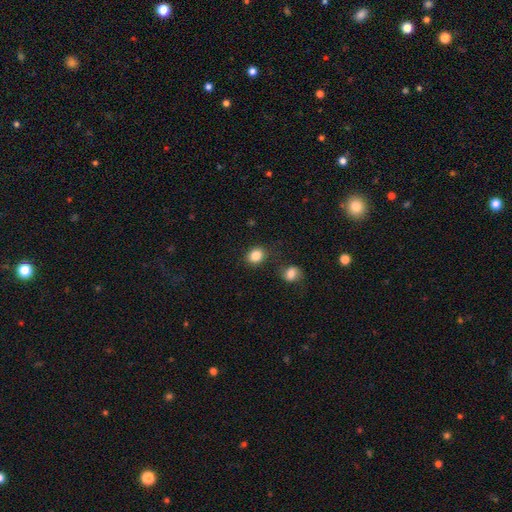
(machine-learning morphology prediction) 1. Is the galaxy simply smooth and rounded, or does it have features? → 85% smooth, 10% star or artifact, 5% featured or disk.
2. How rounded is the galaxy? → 64% round, 36% in between, 1% cigar-shaped.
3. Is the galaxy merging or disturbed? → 82% none, 10% minor disturbance, 5% merger, 3% major disturbance.